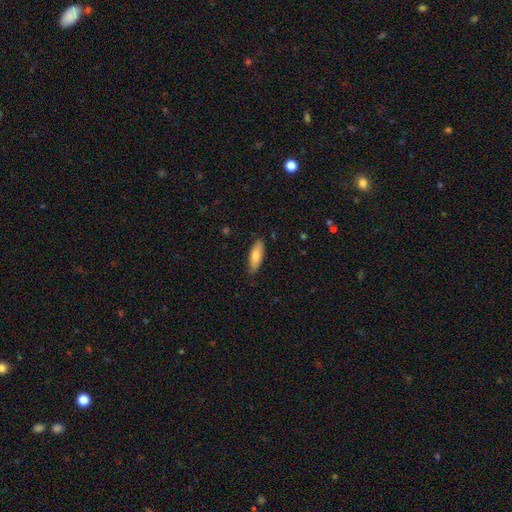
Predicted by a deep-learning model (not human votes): The model was most divided on "how rounded": in between: 63%, cigar-shaped: 36%, round: 2%. More confident: merging — none (81%); smooth or featured — smooth (81%).